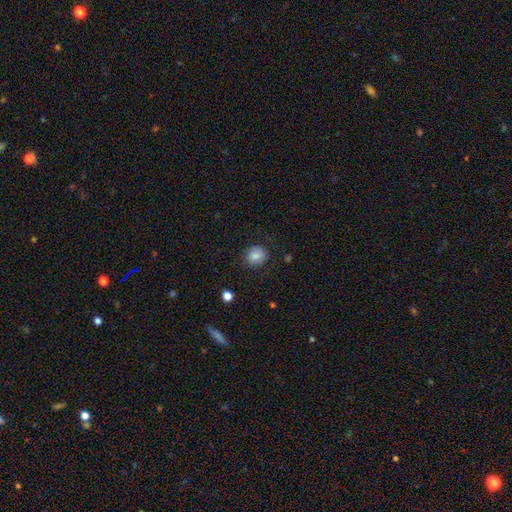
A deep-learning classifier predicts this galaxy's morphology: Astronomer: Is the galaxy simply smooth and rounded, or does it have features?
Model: smooth — 83%.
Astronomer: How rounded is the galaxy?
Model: round — 81%.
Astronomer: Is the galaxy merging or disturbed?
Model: none — 83%.